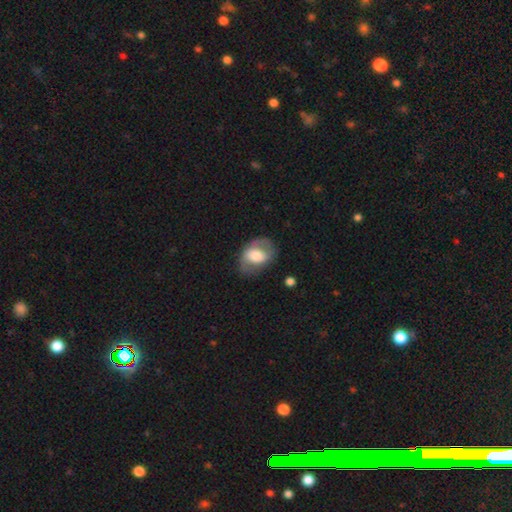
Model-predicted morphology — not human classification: type=smooth (52%); roundness=in between (77%); merging=none (61%).